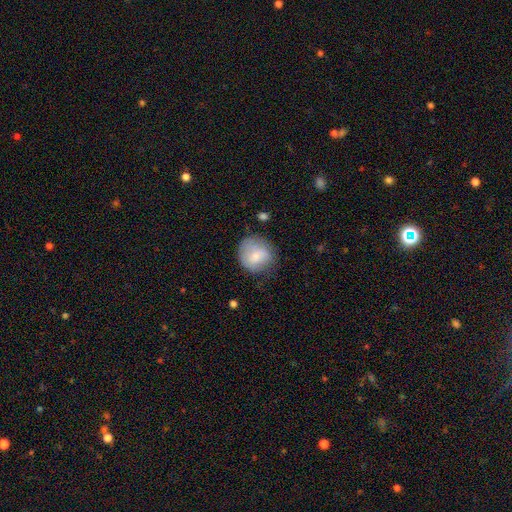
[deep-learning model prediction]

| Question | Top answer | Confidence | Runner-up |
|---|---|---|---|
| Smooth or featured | smooth | 74% | featured or disk (19%) |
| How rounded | round | 82% | in between (17%) |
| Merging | none | 62% | minor disturbance (26%) |